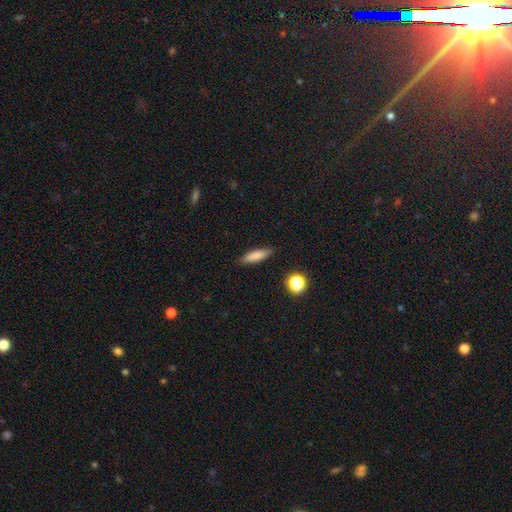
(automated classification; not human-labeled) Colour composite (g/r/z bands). It shows a smooth galaxy with no disk features (79%) that is cigar-shaped (71%). Merging: none (87%).